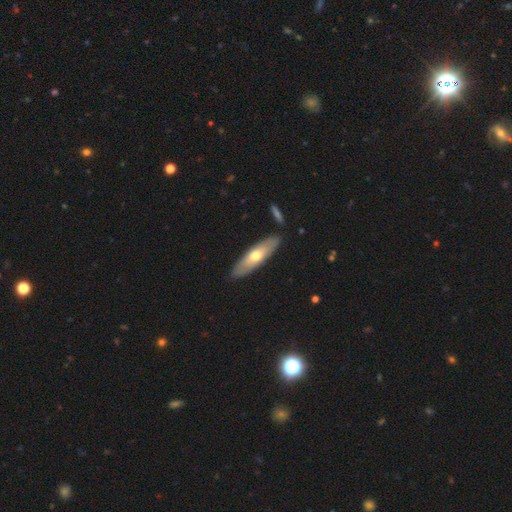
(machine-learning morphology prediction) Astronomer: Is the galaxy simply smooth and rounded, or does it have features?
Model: smooth — 53% (runner-up: featured or disk, 42%).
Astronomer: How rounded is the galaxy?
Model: cigar-shaped — 58% (runner-up: in between, 40%).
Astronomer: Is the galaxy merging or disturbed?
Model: none — 86%.